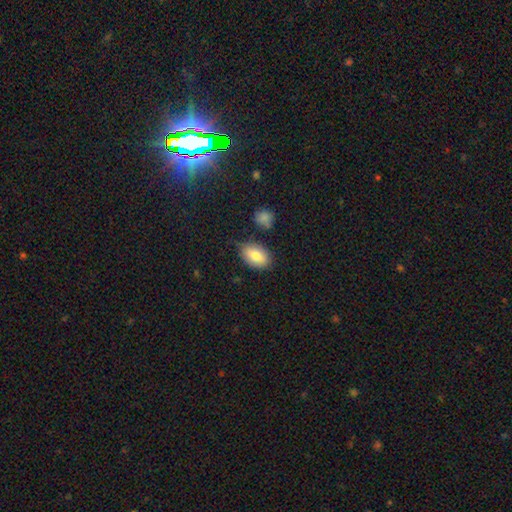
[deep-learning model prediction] A smooth galaxy with no disk features (81%) that is in between round and cigar-shaped (90%). Merging: none (74%).